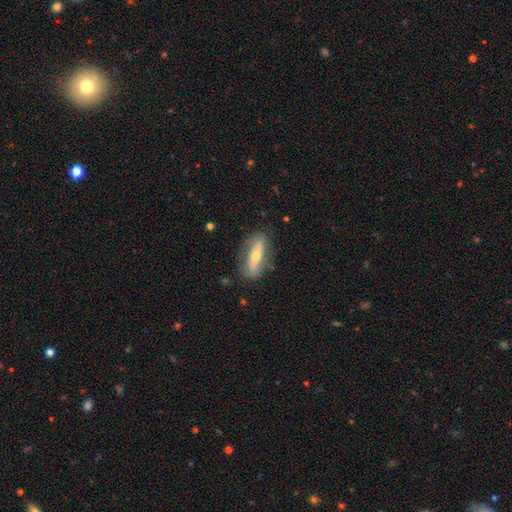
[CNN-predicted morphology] Q: Smooth or featured?
A: featured or disk (53%); runner-up: smooth (40%)
Q: Edge-on disk?
A: no (61%); runner-up: yes (39%)
Q: Merging?
A: none (76%); runner-up: minor disturbance (17%)